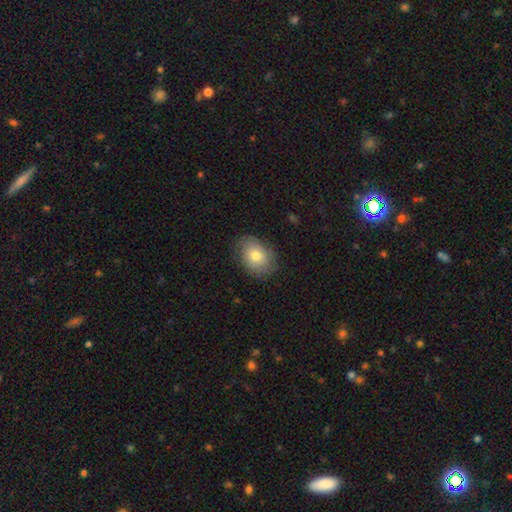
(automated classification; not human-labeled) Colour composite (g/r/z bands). It shows a smooth galaxy with no disk features (73%) that is in between round and cigar-shaped (76%). Merging: none (76%).